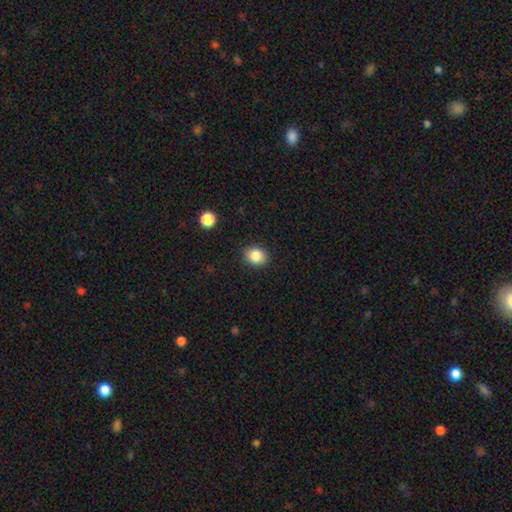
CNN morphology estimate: smooth_or_featured: smooth (p=0.85) [alt: star or artifact p=0.10]
how_rounded: round (p=0.54) [alt: in between p=0.45]
merging: none (p=0.89) [alt: minor disturbance p=0.07]